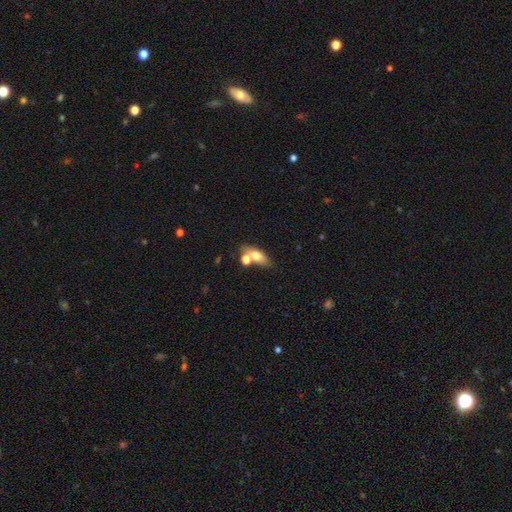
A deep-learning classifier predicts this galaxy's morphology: Overall: smooth (68%). How rounded: in between (73%). Merging: none (52%; merger 30%).